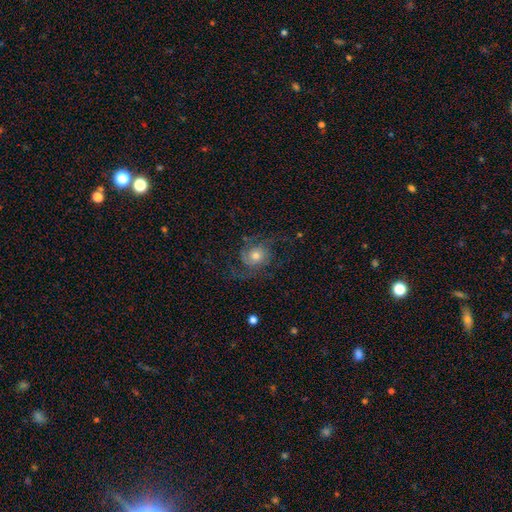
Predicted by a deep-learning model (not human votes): This is likely a featured or disk galaxy (72%). It is clearly not viewed edge-on (97%). Bar: likely no (76%). Spiral arm pattern: clearly yes (92%). Spiral arm count: likely 2 (67%). Spiral winding: possibly medium (47%). Central bulge: likely moderate (63%). Merging: likely none (62%).